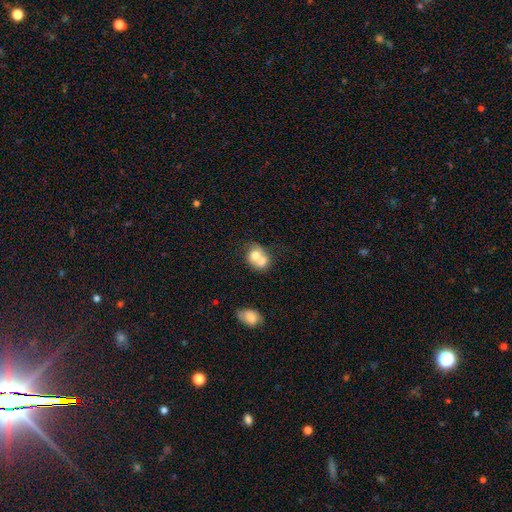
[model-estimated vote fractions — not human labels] This appears to be a smooth galaxy with no disk features (67%) that is round (60%). Merging: merger (68%).